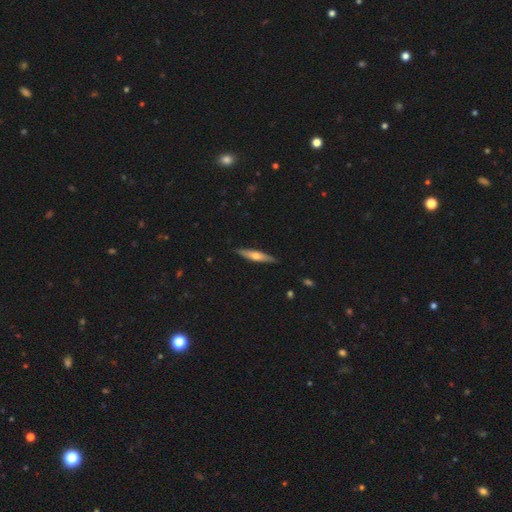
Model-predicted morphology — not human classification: featured or disk 52%, smooth 42%, star or artifact 6%. Down the decision tree: edge-on disk — yes (94%); merging — none (89%).